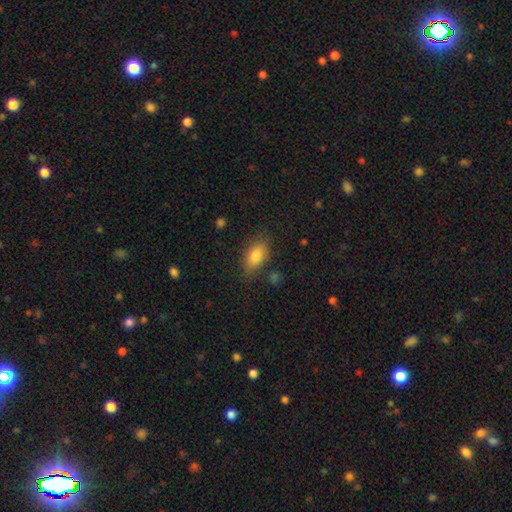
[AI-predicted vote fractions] smooth 83%, featured or disk 9%, star or artifact 8%. Down the decision tree: how rounded — in between (88%); merging — none (79%).